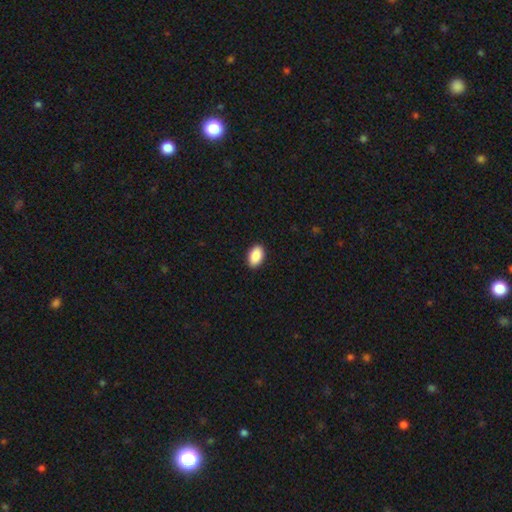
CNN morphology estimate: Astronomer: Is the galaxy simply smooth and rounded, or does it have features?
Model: smooth — 90%.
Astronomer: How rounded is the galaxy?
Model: in between — 93%.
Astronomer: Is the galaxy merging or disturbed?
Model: none — 91%.